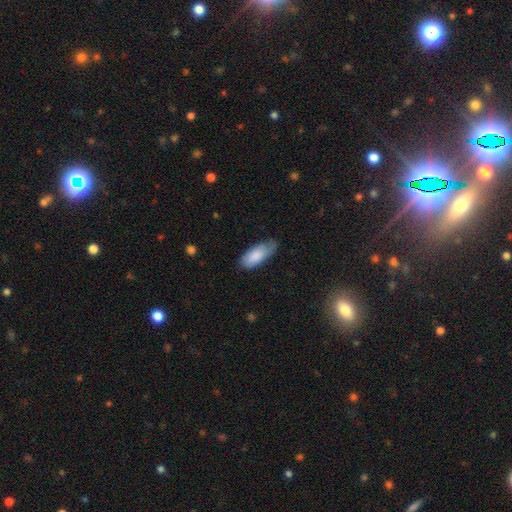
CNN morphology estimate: This is clearly a smooth galaxy (84%). How rounded: clearly in between (85%). Merging: possibly none (59%).